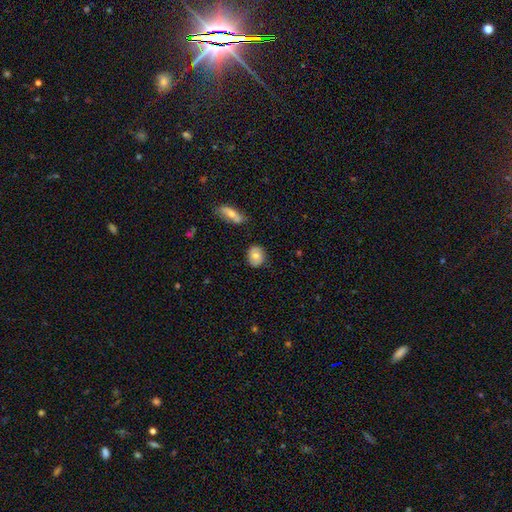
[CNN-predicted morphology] smooth-or-featured: smooth: 72% | featured or disk: 20% | star or artifact: 8%
  how-rounded: round: 59% | in between: 39% | cigar-shaped: 2%
  merging: none: 82% | minor disturbance: 13% | major disturbance: 3% | merger: 2%